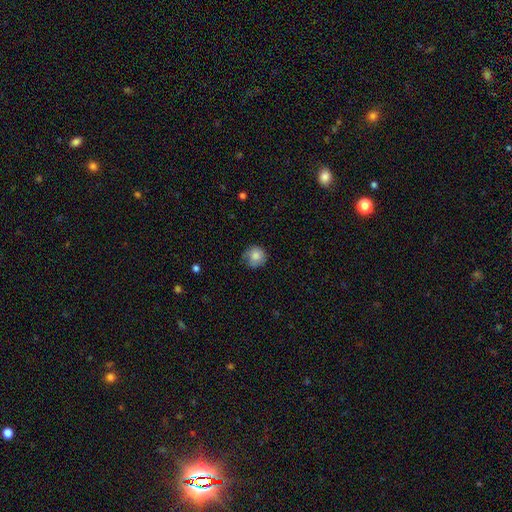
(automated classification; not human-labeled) A smooth galaxy with no disk features (81%) that is round (90%).

Vote fractions:
- Smooth or featured? smooth: 81% / featured or disk: 11% / star or artifact: 9%
- How rounded? round: 90% / in between: 9% / cigar-shaped: 1%
- Merging? none: 70% / minor disturbance: 23% / major disturbance: 5% / merger: 1%